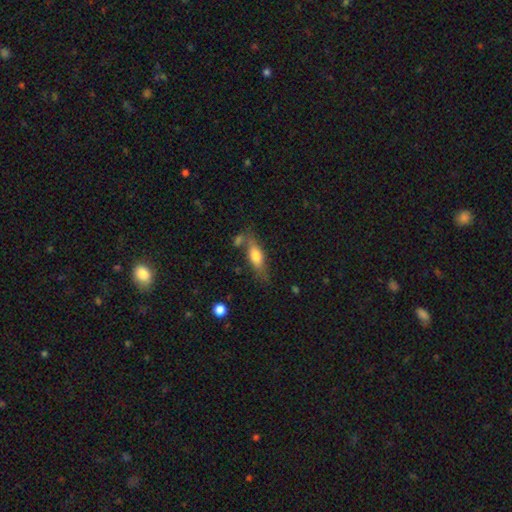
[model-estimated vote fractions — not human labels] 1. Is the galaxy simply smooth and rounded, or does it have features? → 65% smooth, 28% featured or disk, 7% star or artifact.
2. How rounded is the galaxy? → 62% in between, 34% cigar-shaped, 3% round.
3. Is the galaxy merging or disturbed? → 59% none, 20% minor disturbance, 13% merger, 8% major disturbance.